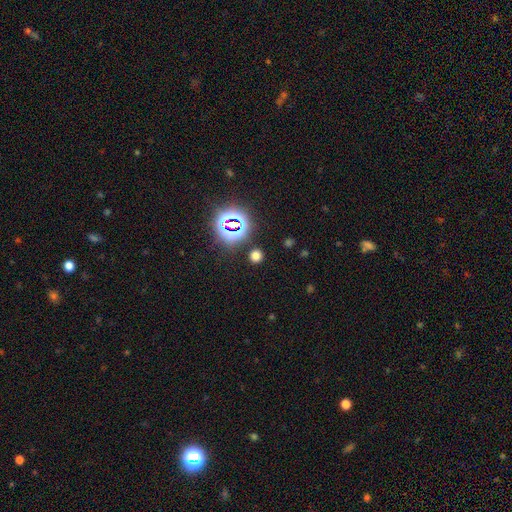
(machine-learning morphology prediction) Smooth or featured? Predicted: smooth (p=0.63). How rounded? Predicted: round (p=0.89). Merging? Predicted: none (p=0.87).